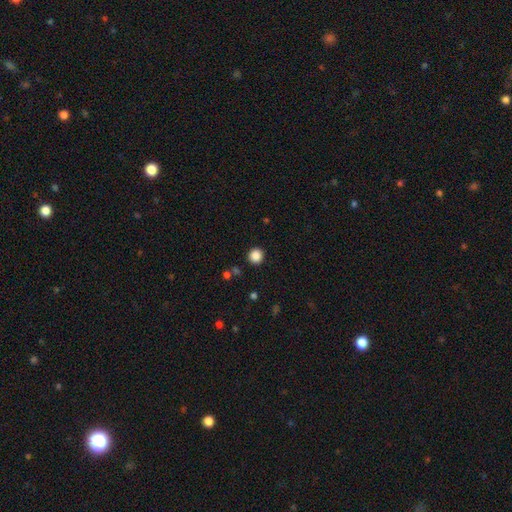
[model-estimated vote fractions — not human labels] This appears to be a smooth galaxy with no disk features (86%) that is round (93%). Merging: none (90%).